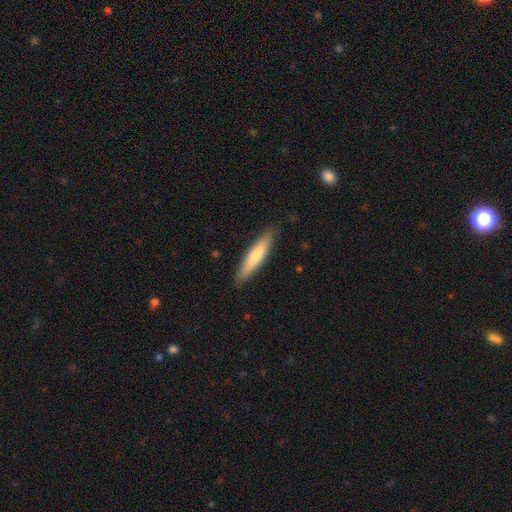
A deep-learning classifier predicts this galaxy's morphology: type=smooth (73%); roundness=cigar-shaped (84%); merging=none (88%).